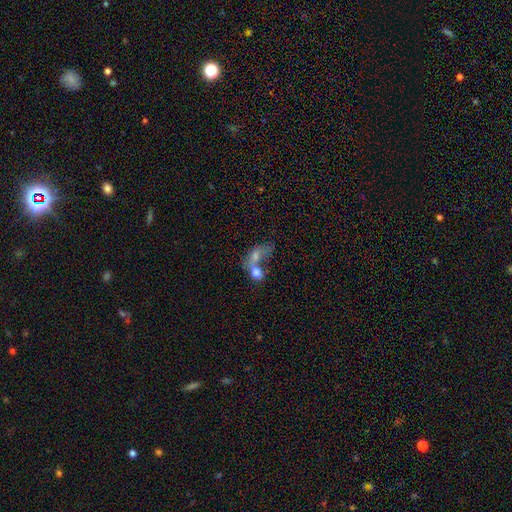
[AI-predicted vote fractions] Q: Smooth or featured?
A: smooth (58%); runner-up: featured or disk (29%)
Q: How rounded?
A: in between (65%); runner-up: round (31%)
Q: Merging?
A: merger (69%); runner-up: none (13%)